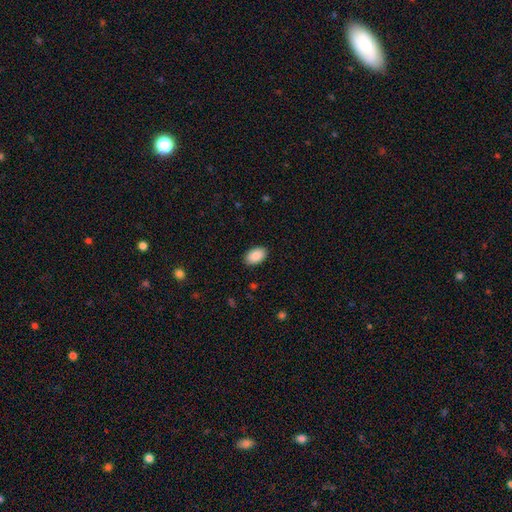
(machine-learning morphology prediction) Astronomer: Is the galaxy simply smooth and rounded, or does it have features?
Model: smooth — 90%.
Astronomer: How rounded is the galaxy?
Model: in between — 91%.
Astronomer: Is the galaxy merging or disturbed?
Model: none — 89%.